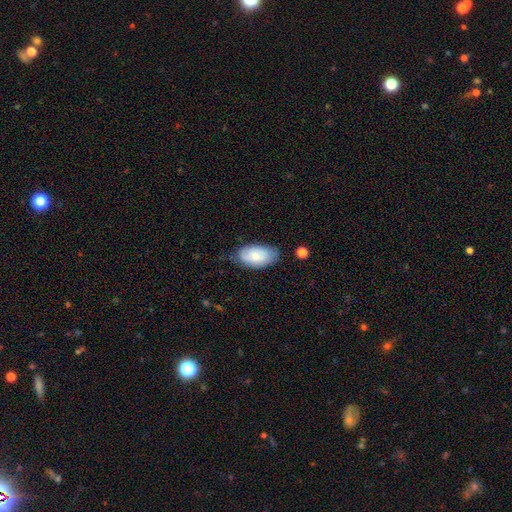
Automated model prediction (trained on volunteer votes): Q: Smooth or featured?
A: smooth (78%); runner-up: featured or disk (16%)
Q: How rounded?
A: in between (95%); runner-up: round (3%)
Q: Merging?
A: none (68%); runner-up: minor disturbance (25%)